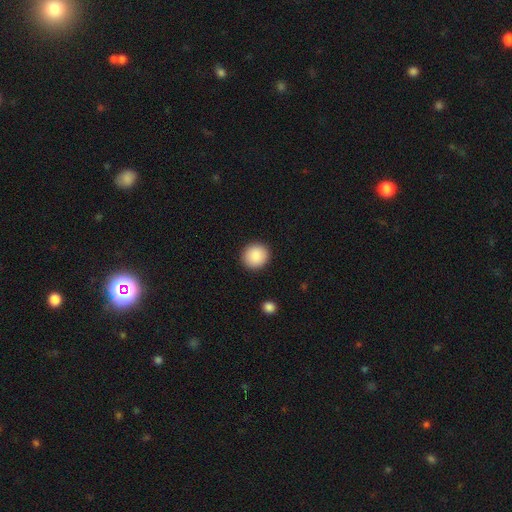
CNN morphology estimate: A smooth galaxy with no disk features (88%) that is round (91%). Merging: none (92%).